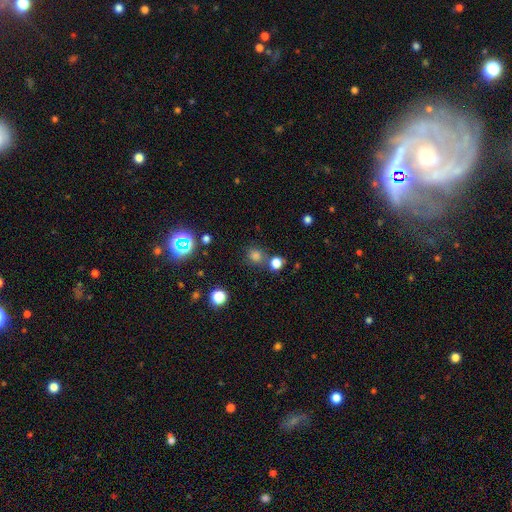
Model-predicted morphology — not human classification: Smooth or featured? smooth (71%)
How rounded? round (82%)
Merging? none (72%)